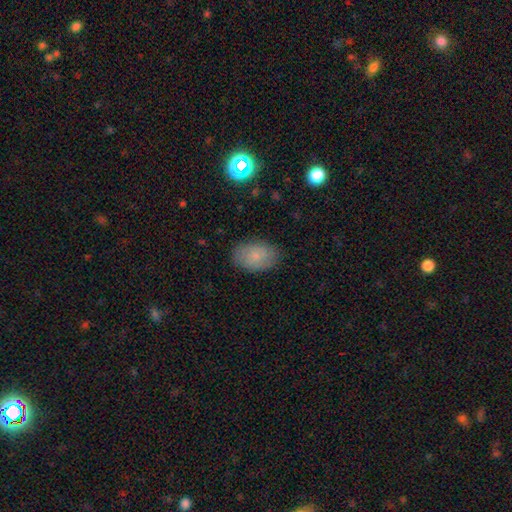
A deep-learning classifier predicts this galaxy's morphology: Overall: smooth (73%). How rounded: in between (86%). Merging: none (83%).